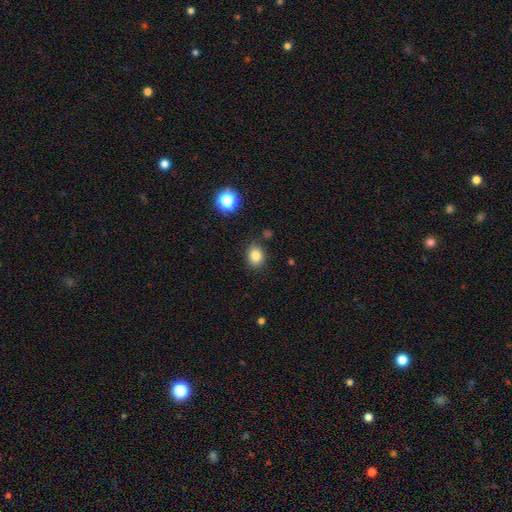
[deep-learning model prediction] A smooth galaxy with no disk features (83%) that is round (52%). Merging: none (84%).